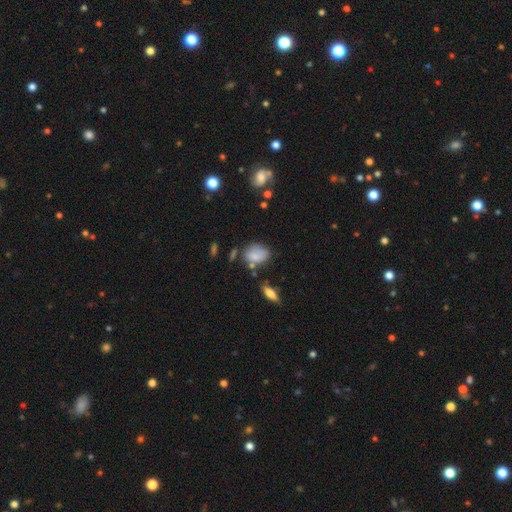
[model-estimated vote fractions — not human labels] Smooth or featured?
  - smooth: 76% *
  - featured or disk: 14%
  - star or artifact: 10%
How rounded?
  - in between: 66% *
  - round: 33%
  - cigar-shaped: 2%
Merging?
  - none: 55% *
  - minor disturbance: 27%
  - merger: 10%
  - major disturbance: 8%